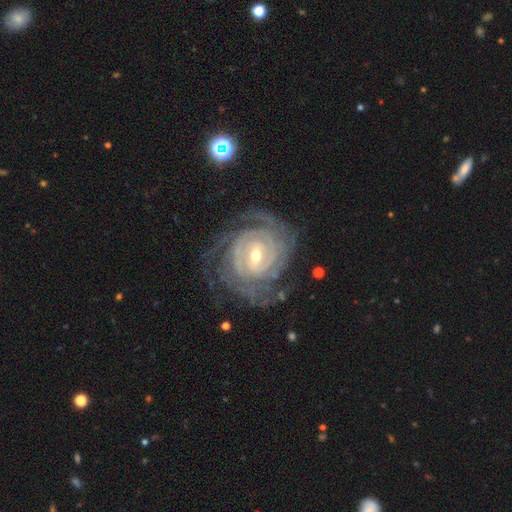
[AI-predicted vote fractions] A featured or disk galaxy (91%) with a weak bar (49%), tight (82%) spiral arms (98%) and a small central bulge (50%). Merging: none (74%).